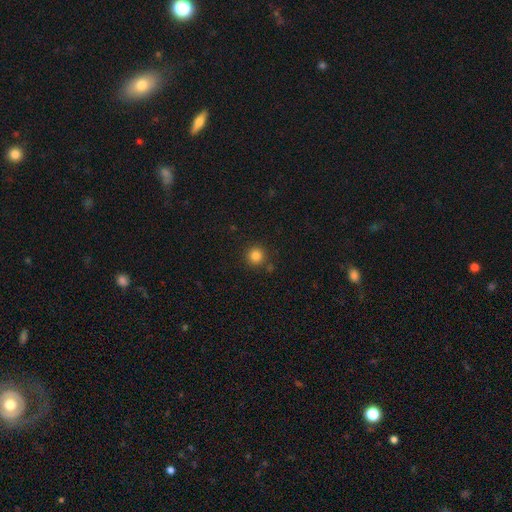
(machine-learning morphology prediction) A smooth galaxy with no disk features (83%) that is round (95%). Merging: none (85%).